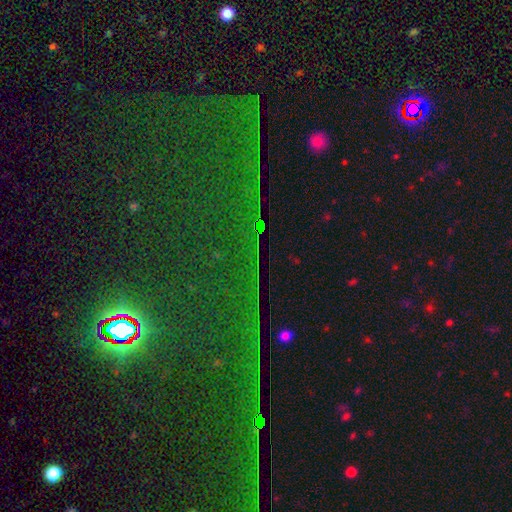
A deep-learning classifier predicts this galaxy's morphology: A star or artifact, not a galaxy (83%).